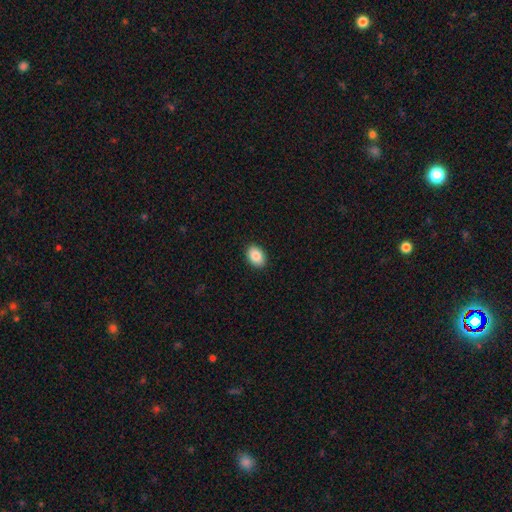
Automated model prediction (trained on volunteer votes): Morphology: type=smooth (88%); roundness=in between (80%); merging=none (91%).